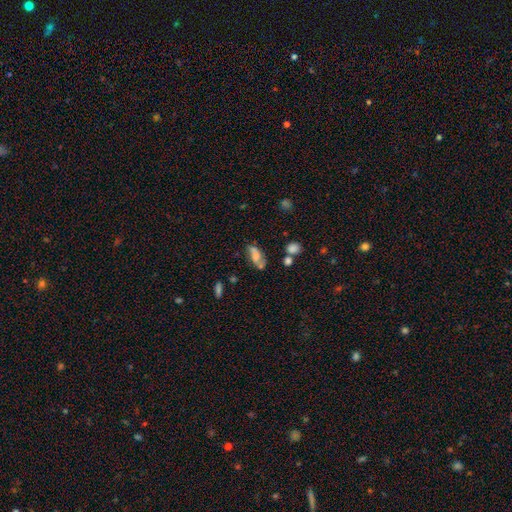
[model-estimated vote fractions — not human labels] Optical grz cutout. It shows a smooth galaxy with no disk features (48%). Merging: none (47%).